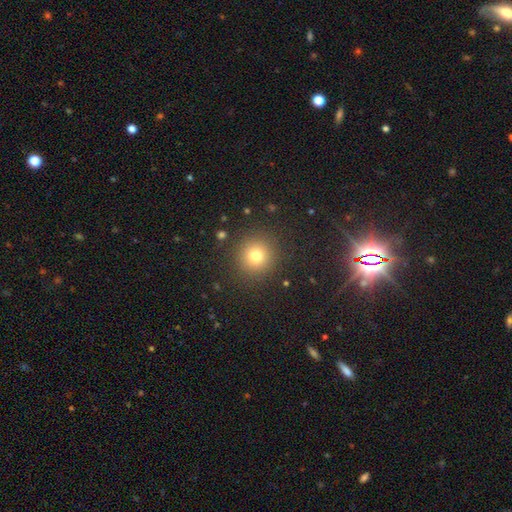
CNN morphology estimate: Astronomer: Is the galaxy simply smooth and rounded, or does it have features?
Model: smooth — 75%.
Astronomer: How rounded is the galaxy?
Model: round — 93%.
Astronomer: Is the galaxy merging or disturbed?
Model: none — 89%.